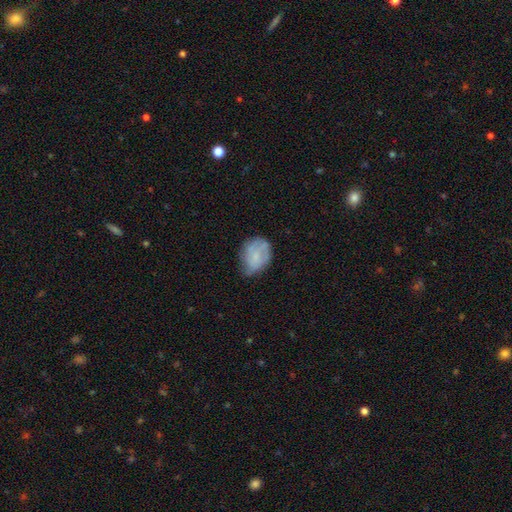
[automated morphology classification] Smooth or featured? Predicted: smooth (p=0.57). How rounded? Predicted: in between (p=0.57). Merging? Predicted: none (p=0.49).